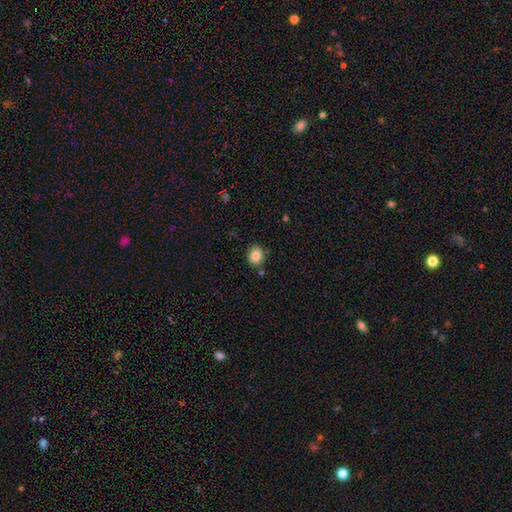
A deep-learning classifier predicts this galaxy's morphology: smooth 84%, star or artifact 9%, featured or disk 6%. Down the decision tree: how rounded — round (59%); merging — none (78%).